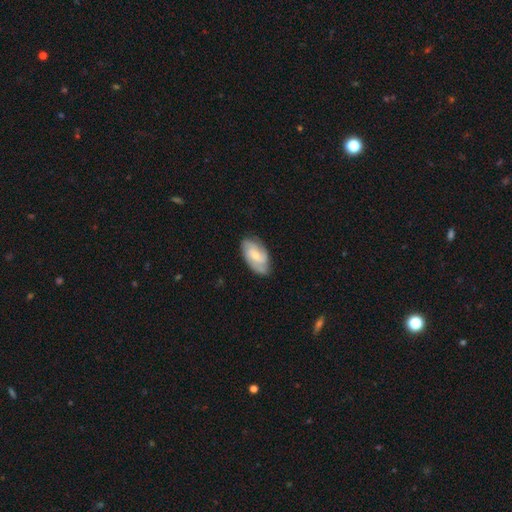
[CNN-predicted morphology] Smooth or featured? featured or disk (64%)
Edge-on disk? no (95%)
Bar? no (56%)
Spiral arms? yes (91%)
Spiral winding? medium (42%, tied with tight)
Spiral arm count? 2 (34%)
Bulge size? small (49%)
Merging? none (75%)